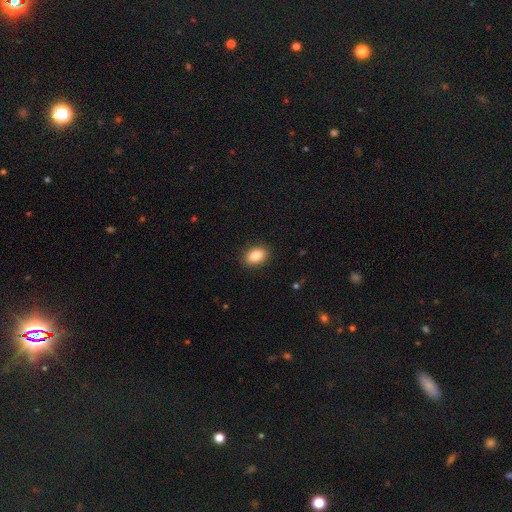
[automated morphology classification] The model was most divided on "how rounded": in between: 84%, round: 15%, cigar-shaped: 1%. More confident: merging — none (90%); smooth or featured — smooth (85%).